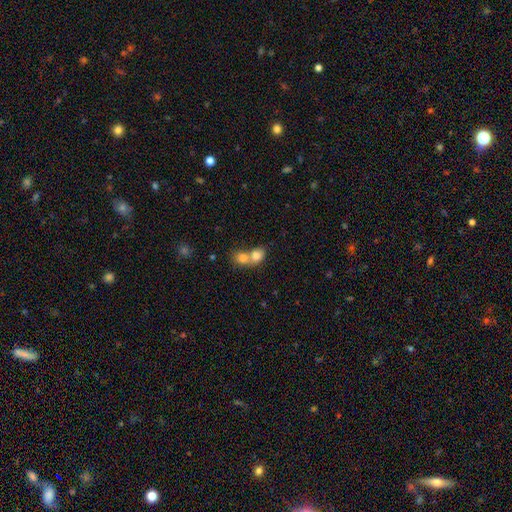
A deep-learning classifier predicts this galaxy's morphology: Overall: smooth (77%). How rounded: in between (51%; round 47%). Merging: merger (72%).